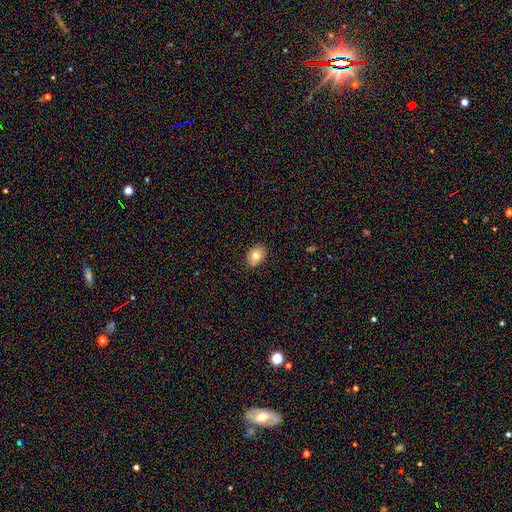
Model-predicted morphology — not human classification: Smooth or featured: smooth — 77% (featured or disk — 14%)
How rounded: in between — 69% (round — 30%)
Merging: none — 87% (minor disturbance — 10%)